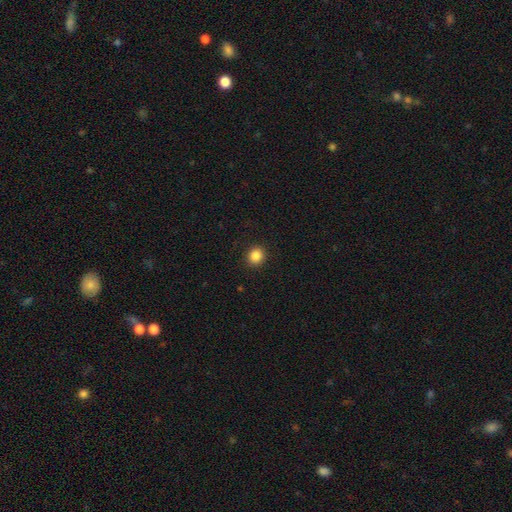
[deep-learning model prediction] Q: Smooth or featured?
A: smooth (86%); runner-up: star or artifact (10%)
Q: How rounded?
A: round (86%); runner-up: in between (13%)
Q: Merging?
A: none (92%); runner-up: minor disturbance (5%)